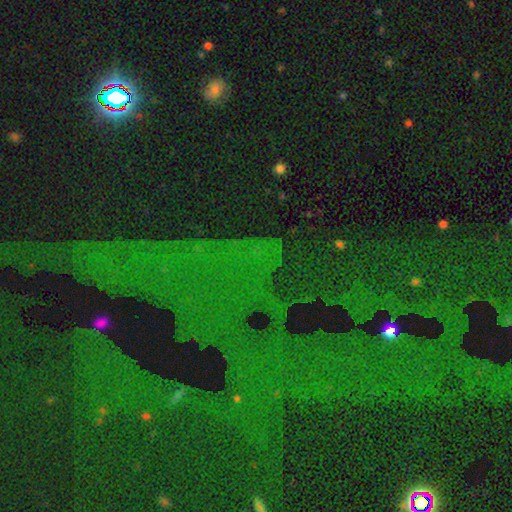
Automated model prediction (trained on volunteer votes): smooth-or-featured: star or artifact: 83% | smooth: 9% | featured or disk: 8%